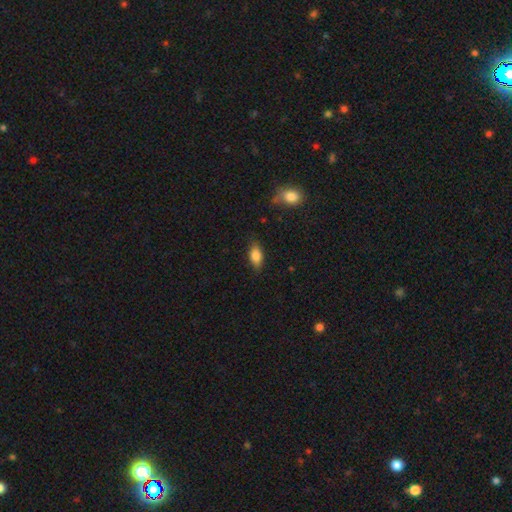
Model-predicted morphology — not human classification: This is likely a smooth galaxy (78%). How rounded: clearly in between (84%). Merging: clearly none (81%).